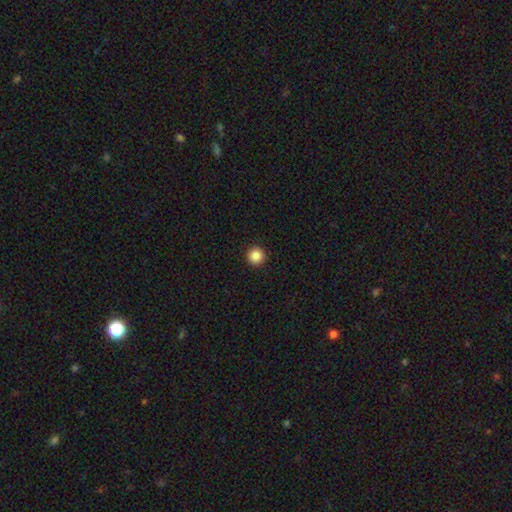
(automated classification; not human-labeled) This is clearly a smooth galaxy (87%). How rounded: clearly round (96%). Merging: clearly none (94%).